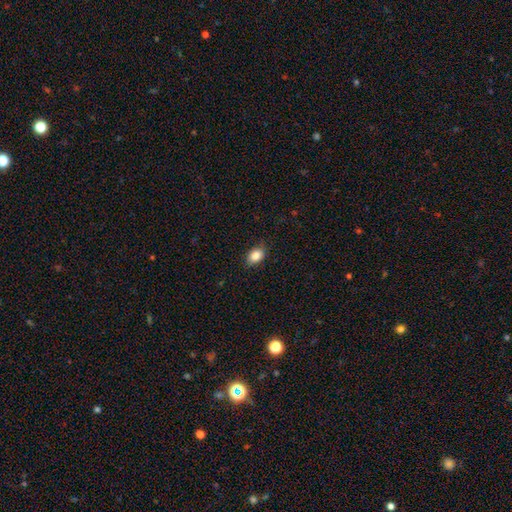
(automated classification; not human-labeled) This appears to be a smooth galaxy with no disk features (85%) that is in between round and cigar-shaped (76%). Merging: none (81%).